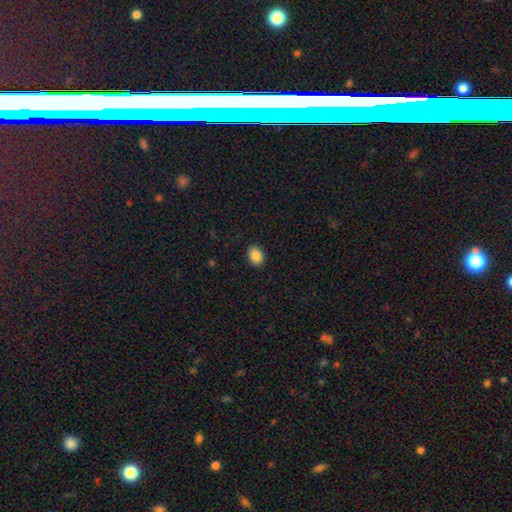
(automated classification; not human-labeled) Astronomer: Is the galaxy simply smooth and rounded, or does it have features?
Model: smooth — 88%.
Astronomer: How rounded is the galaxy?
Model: in between — 78%.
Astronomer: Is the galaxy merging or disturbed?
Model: none — 90%.